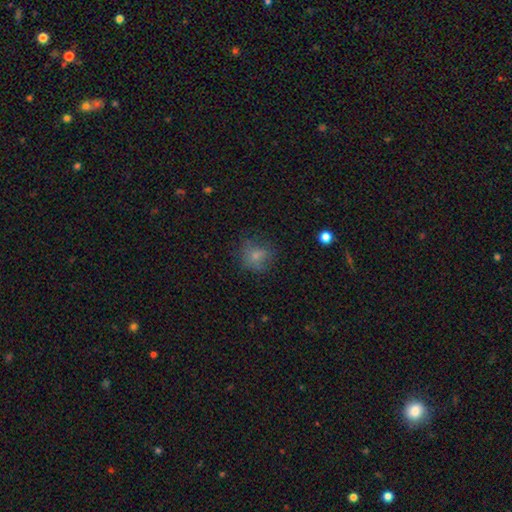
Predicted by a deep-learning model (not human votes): A smooth galaxy with no disk features (72%) that is round (75%).

Vote fractions:
- Smooth or featured? smooth: 72% / featured or disk: 14% / star or artifact: 14%
- How rounded? round: 75% / in between: 24% / cigar-shaped: 1%
- Merging? none: 64% / minor disturbance: 22% / major disturbance: 13% / merger: 2%